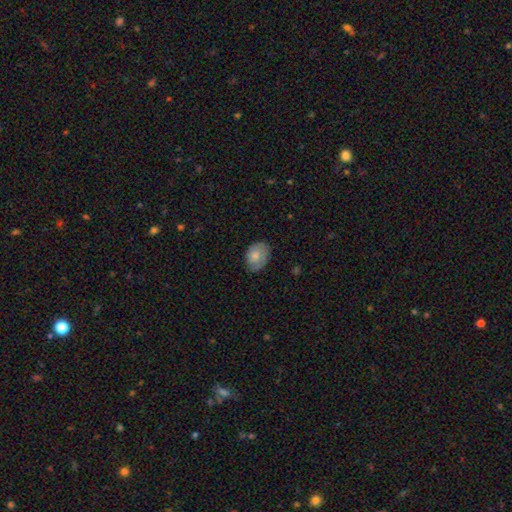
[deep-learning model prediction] Q: Smooth or featured?
A: smooth (69%); runner-up: featured or disk (24%)
Q: How rounded?
A: in between (72%); runner-up: round (27%)
Q: Merging?
A: none (69%); runner-up: minor disturbance (24%)